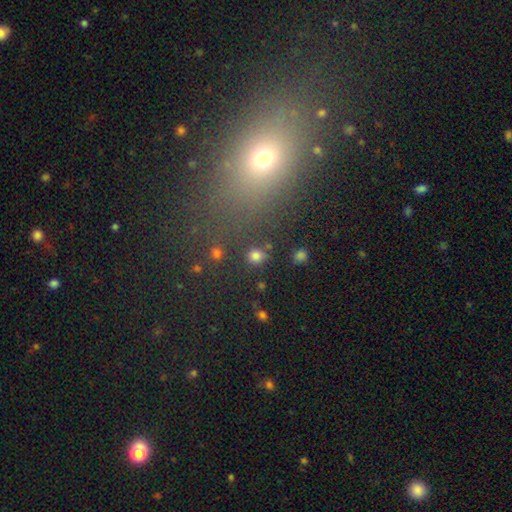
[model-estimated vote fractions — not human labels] Smooth or featured? smooth (80%)
How rounded? round (86%)
Merging? none (86%)